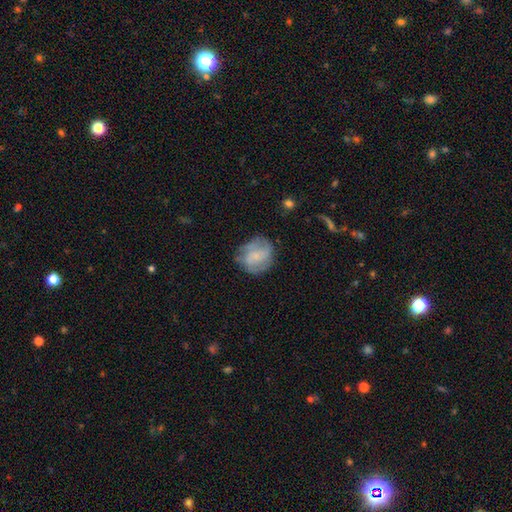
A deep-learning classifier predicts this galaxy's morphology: type=featured or disk (48%); merging=none (63%).